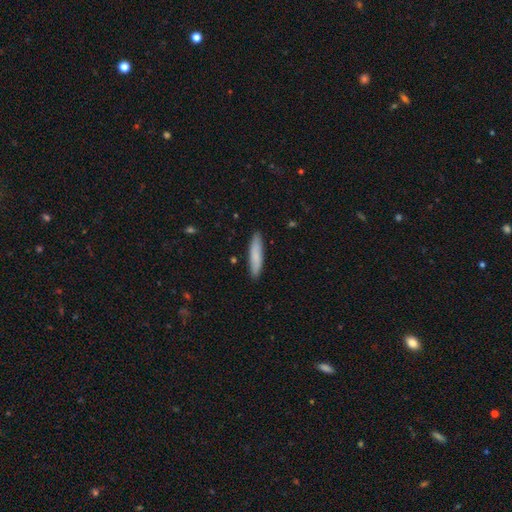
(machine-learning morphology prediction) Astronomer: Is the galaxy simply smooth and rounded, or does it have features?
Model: smooth — 81%.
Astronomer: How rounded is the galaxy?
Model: cigar-shaped — 84%.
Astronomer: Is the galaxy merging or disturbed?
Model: none — 89%.